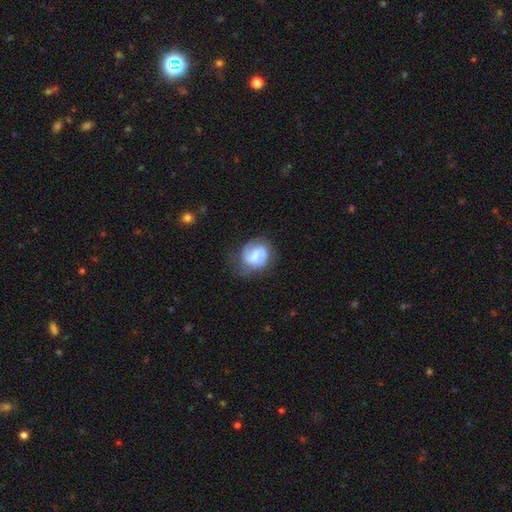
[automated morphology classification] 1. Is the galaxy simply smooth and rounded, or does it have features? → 53% featured or disk, 40% smooth, 7% star or artifact.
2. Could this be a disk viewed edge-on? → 98% no, 2% yes.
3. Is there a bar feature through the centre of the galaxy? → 48% weak, 29% no, 23% strong.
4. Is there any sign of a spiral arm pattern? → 79% yes, 21% no.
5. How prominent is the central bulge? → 32% moderate, 25% small, 24% none, 16% large, 3% dominant.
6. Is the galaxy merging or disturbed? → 53% none, 28% minor disturbance, 17% major disturbance, 2% merger.